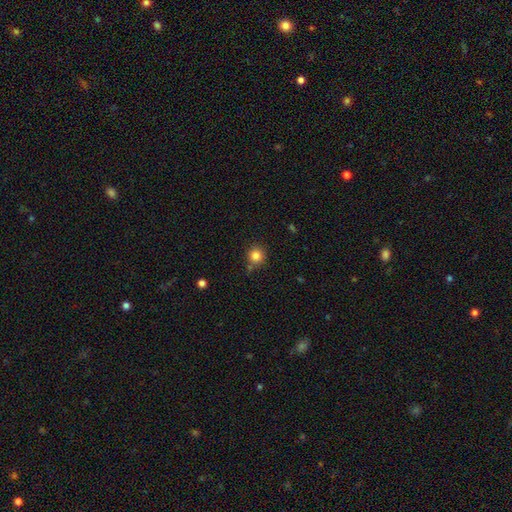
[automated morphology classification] This appears to be a smooth galaxy with no disk features (84%) that is round (92%). Merging: none (77%).